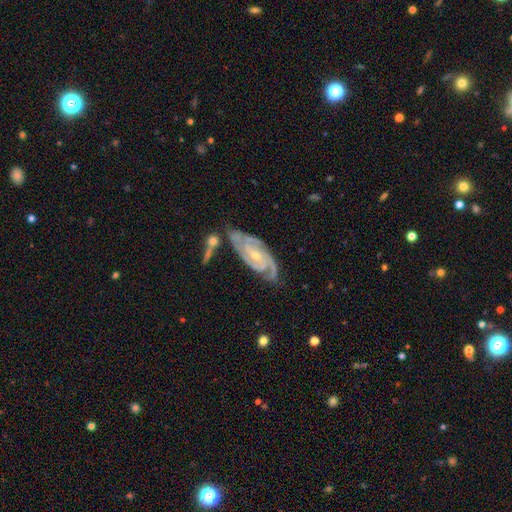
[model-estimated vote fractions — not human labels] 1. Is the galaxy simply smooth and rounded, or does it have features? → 90% featured or disk, 5% smooth, 5% star or artifact.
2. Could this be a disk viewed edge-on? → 94% no, 6% yes.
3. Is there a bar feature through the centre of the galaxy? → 53% no, 35% weak, 13% strong.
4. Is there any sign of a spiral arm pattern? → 98% yes, 2% no.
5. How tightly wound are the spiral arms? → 69% tight, 27% medium, 4% loose.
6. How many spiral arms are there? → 48% 2, 29% 3, 10% can't tell, 6% 4, 3% 1, 3% more than 4.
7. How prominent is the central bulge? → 61% small, 35% moderate, 1% none, 1% large, 1% dominant.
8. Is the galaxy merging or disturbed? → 66% none, 19% minor disturbance, 9% merger, 6% major disturbance.